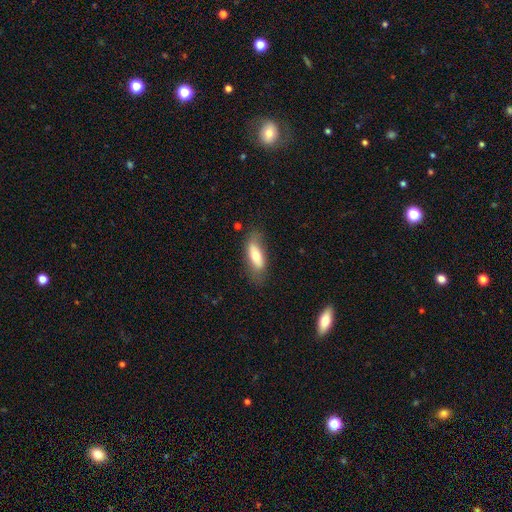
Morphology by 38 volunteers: A smooth galaxy with no disk features (61%) that is in between round and cigar-shaped (65%).

Vote fractions:
- Smooth or featured? smooth: 61% / featured or disk: 34% / star or artifact: 5%
- How rounded? in between: 65% / cigar-shaped: 35% / round: 0%
- Merging? none: 69% / minor disturbance: 17% / major disturbance: 14% / merger: 0%